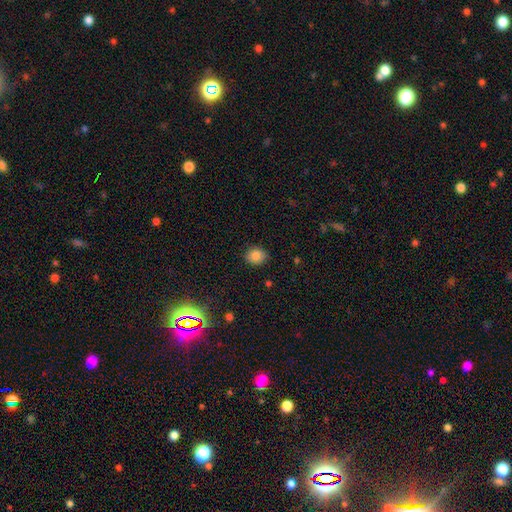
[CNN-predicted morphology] Smooth or featured: smooth — 84% (star or artifact — 10%)
How rounded: round — 66% (in between — 33%)
Merging: none — 85% (minor disturbance — 12%)